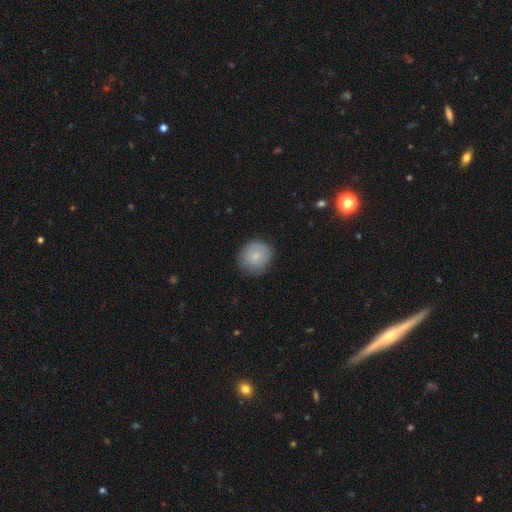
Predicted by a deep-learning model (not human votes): This appears to be a smooth galaxy with no disk features (77%) that is round (84%). Merging: none (81%).